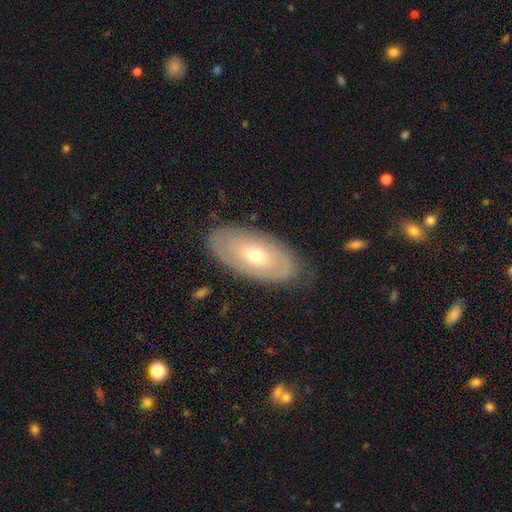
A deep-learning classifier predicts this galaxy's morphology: featured or disk 54%, smooth 39%, star or artifact 7%. Down the decision tree: edge-on disk — no (86%); merging — none (82%).